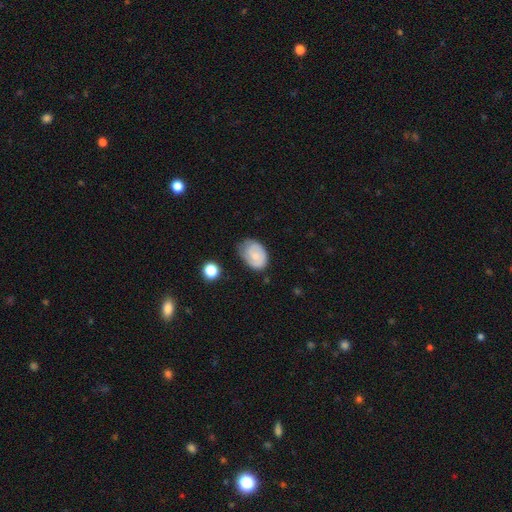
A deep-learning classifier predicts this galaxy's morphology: smooth-or-featured: smooth: 55% | featured or disk: 38% | star or artifact: 7%
  how-rounded: in between: 80% | round: 19% | cigar-shaped: 1%
  merging: none: 56% | minor disturbance: 33% | major disturbance: 9% | merger: 2%